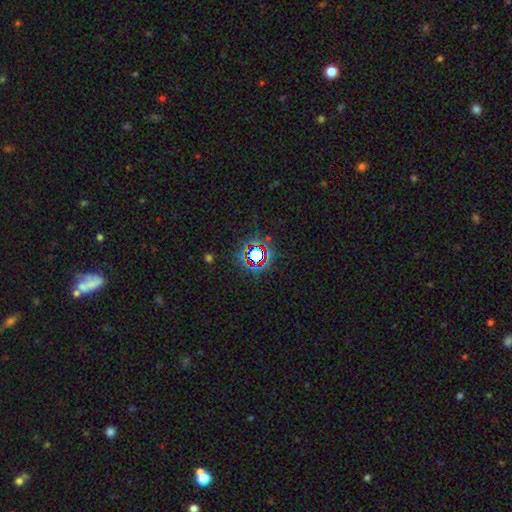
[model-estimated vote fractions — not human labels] This is likely a star or artifact rather than a galaxy (70%).